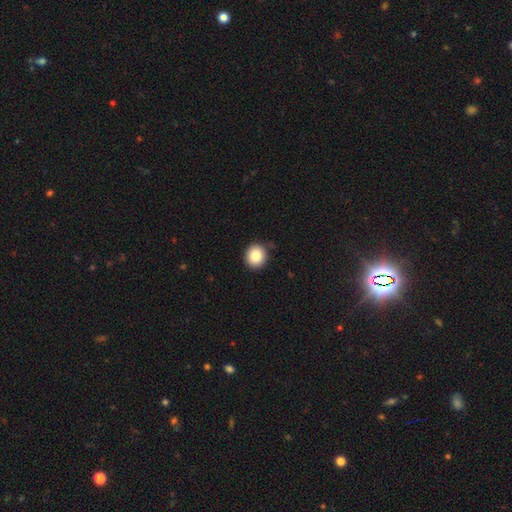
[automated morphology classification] A smooth galaxy with no disk features (87%) that is round (82%).

Vote fractions:
- Smooth or featured? smooth: 87% / star or artifact: 9% / featured or disk: 4%
- How rounded? round: 82% / in between: 17% / cigar-shaped: 1%
- Merging? none: 86% / minor disturbance: 11% / major disturbance: 2% / merger: 2%